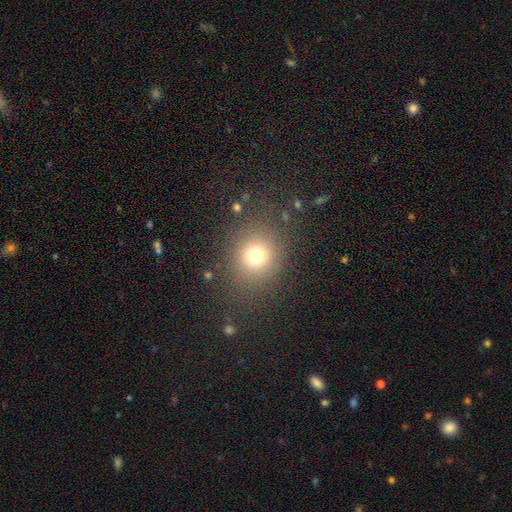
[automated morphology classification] smooth 74%, star or artifact 17%, featured or disk 9%. Down the decision tree: how rounded — round (82%); merging — none (83%).